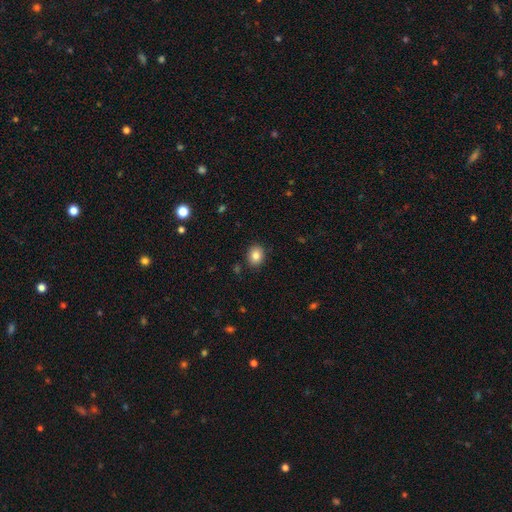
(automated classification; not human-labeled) This is clearly a smooth galaxy (83%). How rounded: likely round (63%). Merging: clearly none (89%).